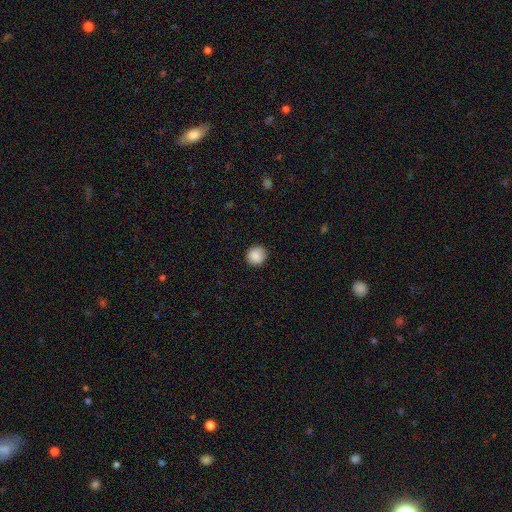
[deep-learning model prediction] Smooth or featured? Predicted: smooth (p=0.89). How rounded? Predicted: round (p=0.90). Merging? Predicted: none (p=0.89).